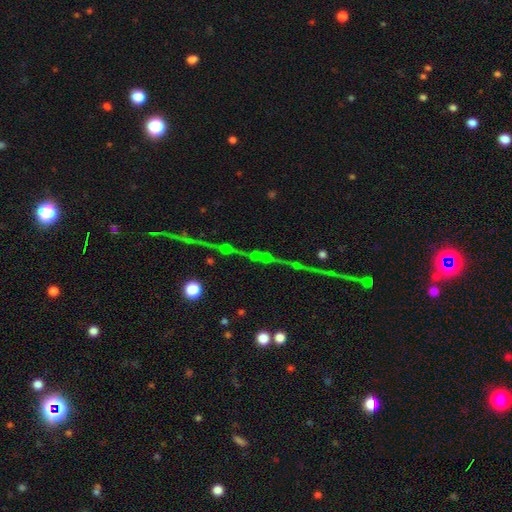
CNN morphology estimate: smooth_or_featured: star or artifact (p=0.56) [alt: featured or disk p=0.29]